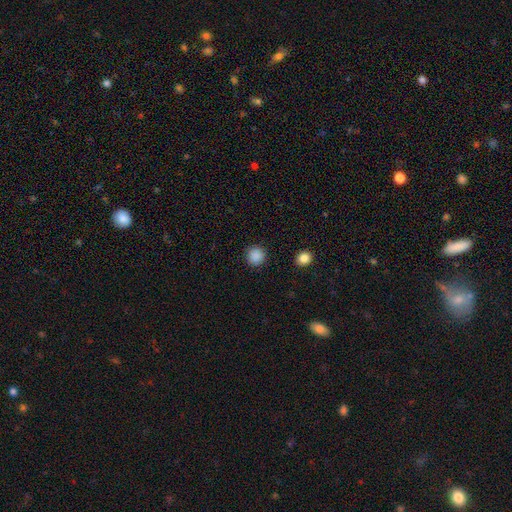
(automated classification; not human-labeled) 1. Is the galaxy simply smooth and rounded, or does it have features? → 88% smooth, 10% star or artifact, 2% featured or disk.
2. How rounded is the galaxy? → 94% round, 5% in between, 1% cigar-shaped.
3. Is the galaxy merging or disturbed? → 92% none, 5% minor disturbance, 2% major disturbance, 1% merger.